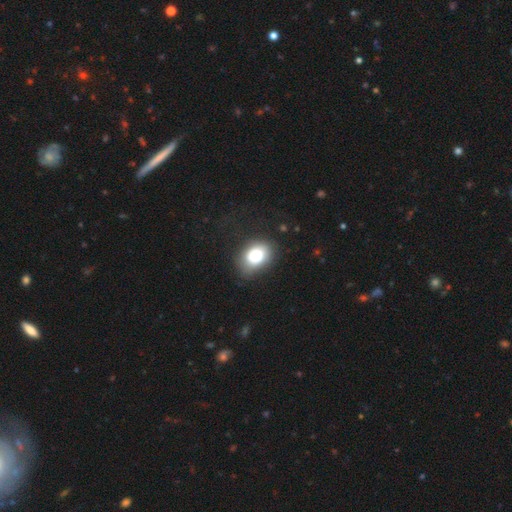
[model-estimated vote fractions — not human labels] smooth-or-featured: smooth: 79% | featured or disk: 12% | star or artifact: 8%
  how-rounded: in between: 73% | round: 26% | cigar-shaped: 1%
  merging: none: 67% | minor disturbance: 22% | major disturbance: 10% | merger: 2%